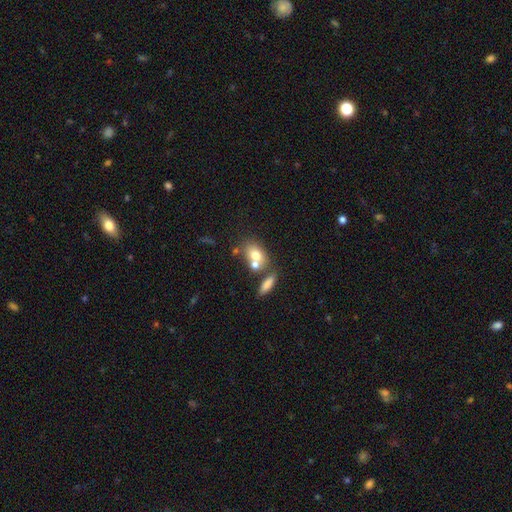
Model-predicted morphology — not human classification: A smooth galaxy with no disk features (72%) that is in between round and cigar-shaped (72%). Merging: merger (42%, tied with none).